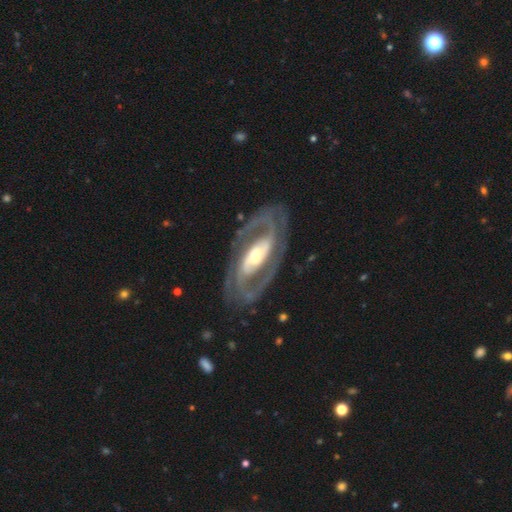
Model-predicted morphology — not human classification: This is clearly a featured or disk galaxy (92%). It is clearly not viewed edge-on (96%). Bar: possibly strong (48%). Spiral arm pattern: clearly yes (97%). Spiral arm count: clearly 2 (89%). Spiral winding: possibly medium (47%). Central bulge: possibly moderate (59%). Merging: clearly none (82%).